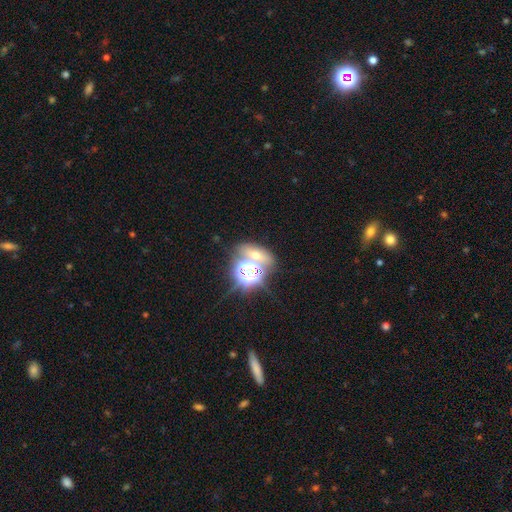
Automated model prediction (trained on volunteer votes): Smooth or featured: star or artifact — 45% (smooth — 38%)